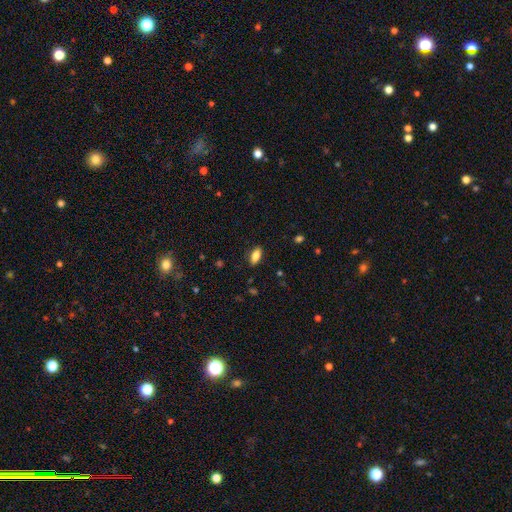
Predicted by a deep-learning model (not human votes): Morphology: type=smooth (81%); roundness=in between (86%); merging=none (87%).